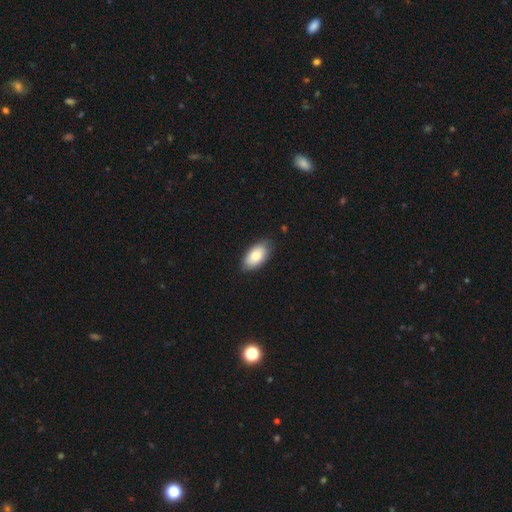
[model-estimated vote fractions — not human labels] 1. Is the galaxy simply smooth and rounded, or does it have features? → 82% smooth, 12% featured or disk, 6% star or artifact.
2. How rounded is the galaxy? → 94% in between, 3% round, 2% cigar-shaped.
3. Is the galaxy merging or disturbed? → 82% none, 15% minor disturbance, 2% major disturbance, 1% merger.